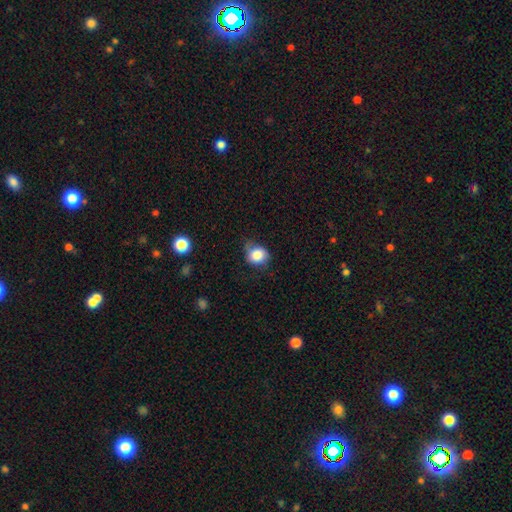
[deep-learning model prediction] Q: Smooth or featured?
A: smooth (81%); runner-up: featured or disk (11%)
Q: How rounded?
A: round (66%); runner-up: in between (33%)
Q: Merging?
A: none (51%); runner-up: minor disturbance (36%)